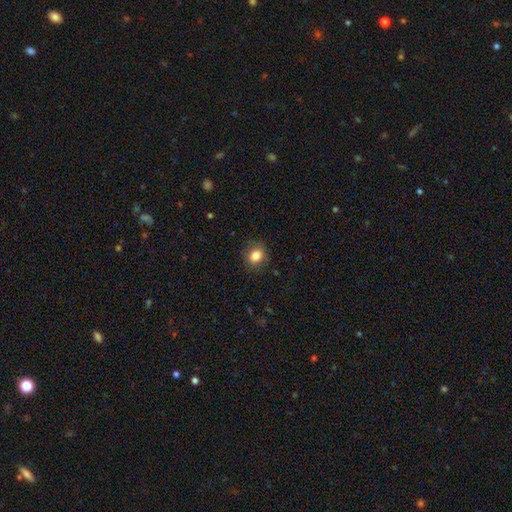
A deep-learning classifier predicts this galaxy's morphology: smooth-or-featured: smooth: 83% | star or artifact: 10% | featured or disk: 7%
  how-rounded: round: 64% | in between: 35% | cigar-shaped: 1%
  merging: none: 85% | minor disturbance: 11% | major disturbance: 3% | merger: 1%